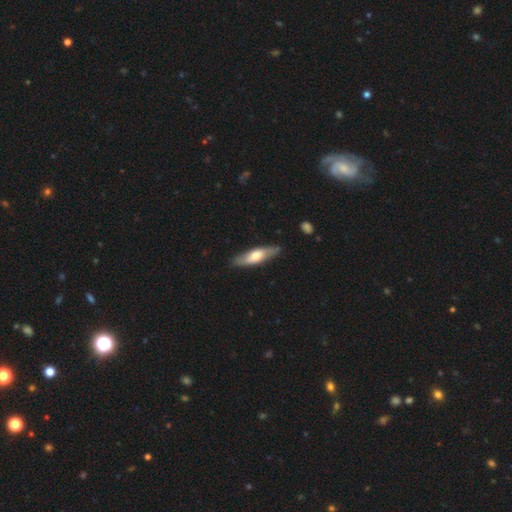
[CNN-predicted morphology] Q: Smooth or featured?
A: smooth (52%); runner-up: featured or disk (43%)
Q: How rounded?
A: cigar-shaped (61%); runner-up: in between (37%)
Q: Merging?
A: none (83%); runner-up: minor disturbance (13%)